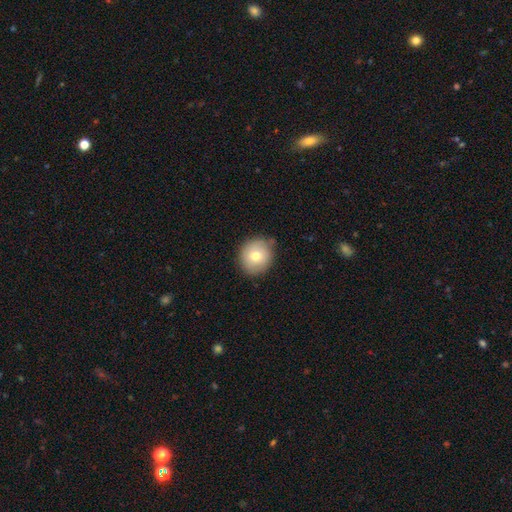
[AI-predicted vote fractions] Smooth or featured: smooth — 74% (featured or disk — 17%)
How rounded: round — 85% (in between — 14%)
Merging: none — 80% (minor disturbance — 15%)